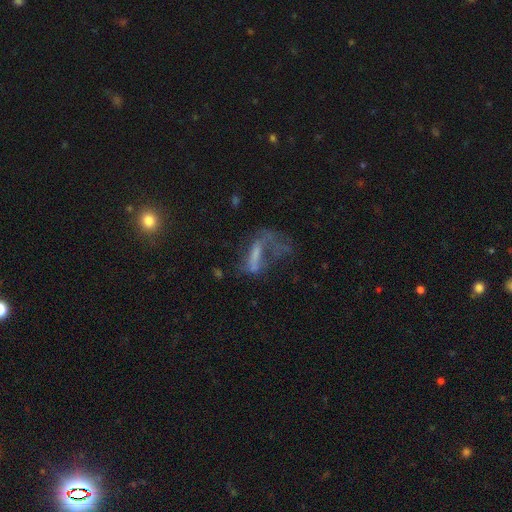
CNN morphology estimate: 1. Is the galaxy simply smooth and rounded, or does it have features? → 50% featured or disk, 33% smooth, 17% star or artifact.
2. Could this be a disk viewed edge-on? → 82% no, 18% yes.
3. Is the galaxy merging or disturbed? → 51% major disturbance, 25% none, 15% minor disturbance, 8% merger.